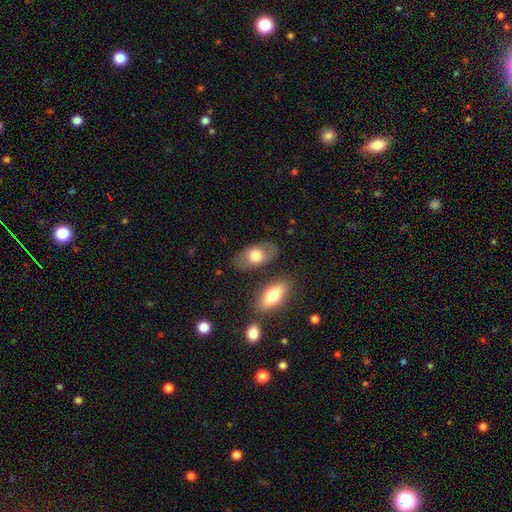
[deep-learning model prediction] Smooth or featured: smooth — 65% (featured or disk — 29%)
How rounded: in between — 91% (round — 6%)
Merging: none — 76% (minor disturbance — 14%)